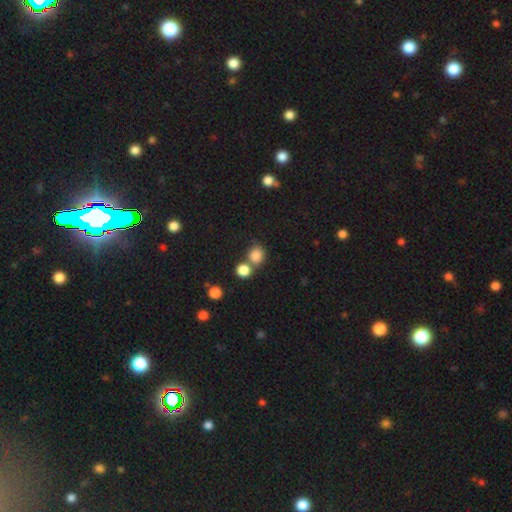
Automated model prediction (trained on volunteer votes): A smooth galaxy with no disk features (83%) that is round (82%).

Vote fractions:
- Smooth or featured? smooth: 83% / star or artifact: 12% / featured or disk: 6%
- How rounded? round: 82% / in between: 17% / cigar-shaped: 1%
- Merging? none: 58% / merger: 29% / minor disturbance: 9% / major disturbance: 3%